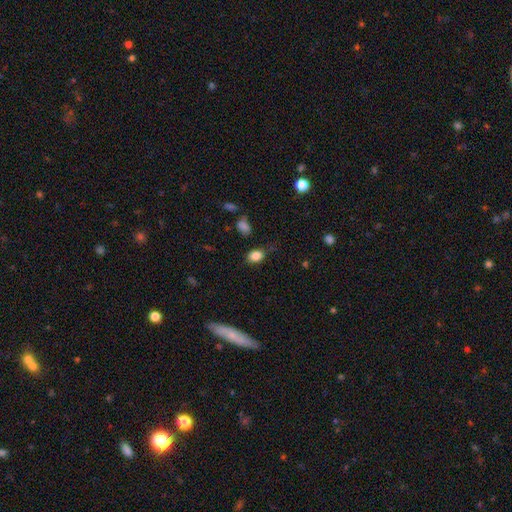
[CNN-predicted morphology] This appears to be a smooth galaxy with no disk features (85%) that is in between round and cigar-shaped (69%). Merging: none (74%).